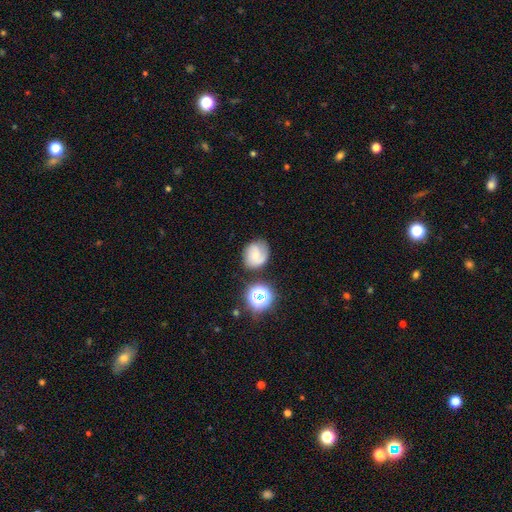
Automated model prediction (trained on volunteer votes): Smooth or featured?
  - featured or disk: 49% *
  - smooth: 39%
  - star or artifact: 13%
Merging?
  - none: 67% *
  - minor disturbance: 20%
  - major disturbance: 7%
  - merger: 6%